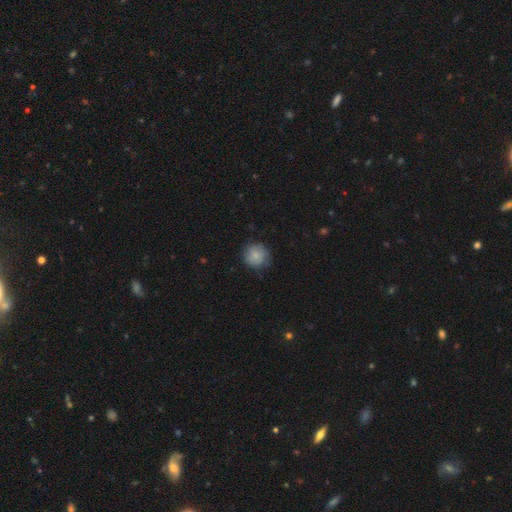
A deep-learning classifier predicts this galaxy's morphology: smooth-or-featured: smooth: 81% | featured or disk: 11% | star or artifact: 7%
  how-rounded: round: 91% | in between: 8% | cigar-shaped: 1%
  merging: none: 78% | minor disturbance: 18% | major disturbance: 4% | merger: 1%